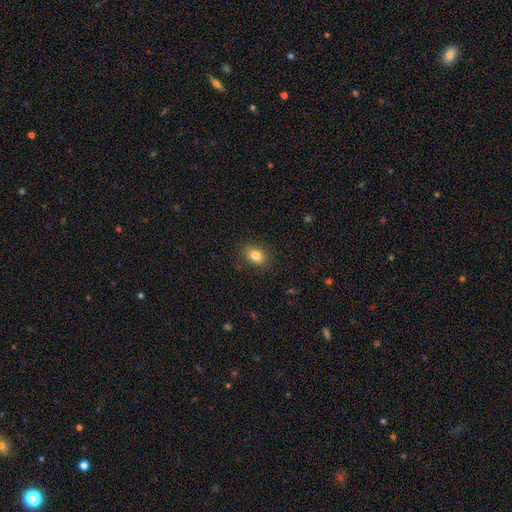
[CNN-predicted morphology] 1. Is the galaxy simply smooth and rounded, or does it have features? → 83% smooth, 10% star or artifact, 7% featured or disk.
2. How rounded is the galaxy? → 75% in between, 23% round, 2% cigar-shaped.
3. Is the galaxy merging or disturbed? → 86% none, 11% minor disturbance, 3% major disturbance, 1% merger.